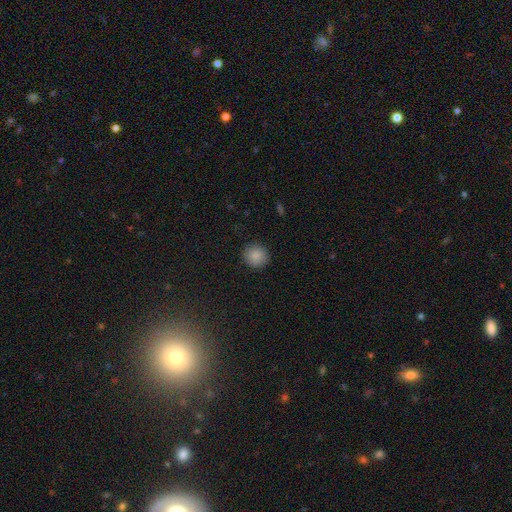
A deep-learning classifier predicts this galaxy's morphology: Overall: smooth (87%). How rounded: round (93%). Merging: none (91%).